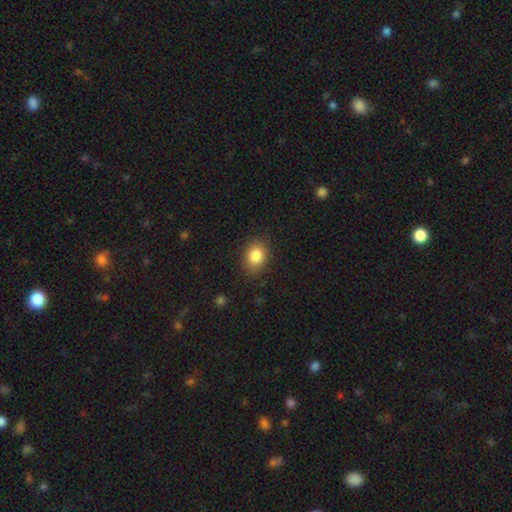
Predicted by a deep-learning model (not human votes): Smooth or featured? smooth (85%)
How rounded? in between (57%)
Merging? none (84%)